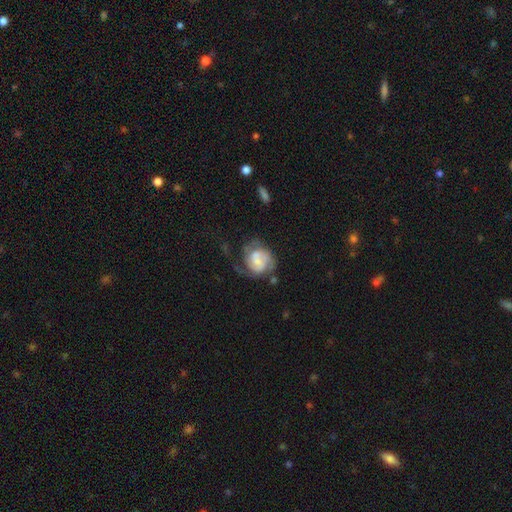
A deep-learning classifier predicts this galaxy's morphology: smooth-or-featured: featured or disk: 65% | smooth: 28% | star or artifact: 7%
  disk-edge-on: no: 98% | yes: 2%
    bar: no: 51% | weak: 39% | strong: 10%
    has-spiral-arms: yes: 84% | no: 16%
      spiral-winding: medium: 41% | tight: 39% | loose: 20%
      spiral-arm-count: 2: 49% | can't tell: 22% | 1: 15% | 3: 10% | 4: 2% | more than 4: 2%
    bulge-size: small: 40% | none: 25% | moderate: 24% | large: 9% | dominant: 3%
  merging: none: 39% | major disturbance: 32% | minor disturbance: 22% | merger: 7%